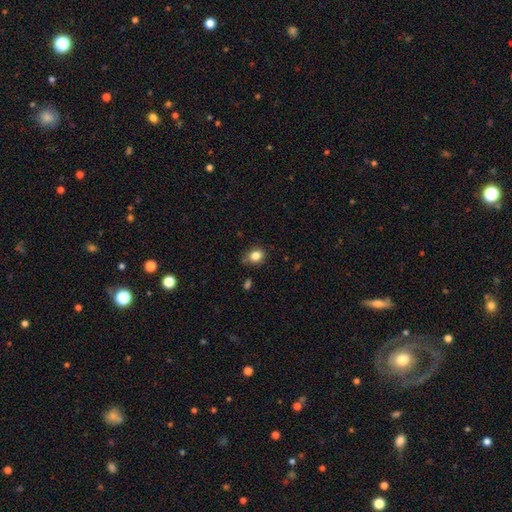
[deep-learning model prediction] A smooth galaxy with no disk features (84%) that is round (51%). Merging: none (66%).